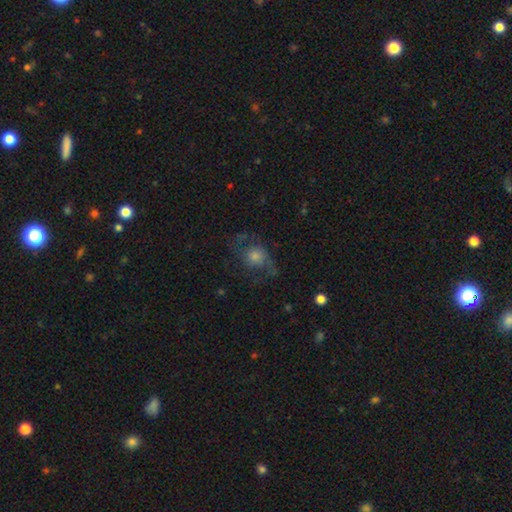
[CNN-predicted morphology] This appears to be a featured or disk galaxy (50%). Merging: none (57%).